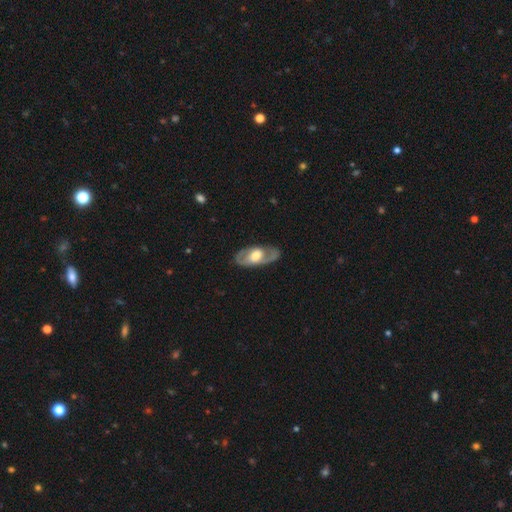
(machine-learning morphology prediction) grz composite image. It shows a featured or disk galaxy (70%) with no bar (58%), spiral arms (61%) and a moderate central bulge (50%). Merging: none (80%).